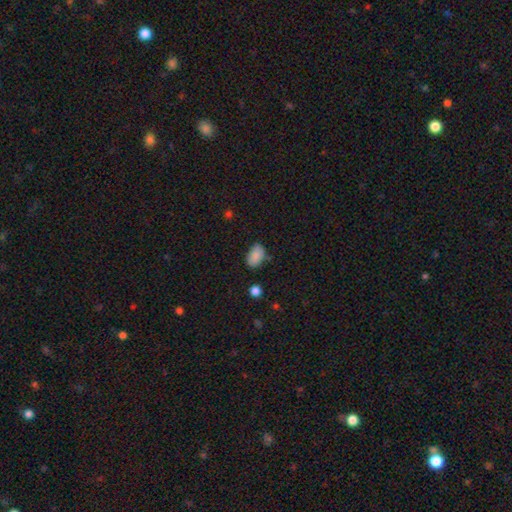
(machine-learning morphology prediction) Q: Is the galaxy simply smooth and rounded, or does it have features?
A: smooth — 86%.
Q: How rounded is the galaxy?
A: in between — 90%.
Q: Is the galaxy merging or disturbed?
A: none — 71%.